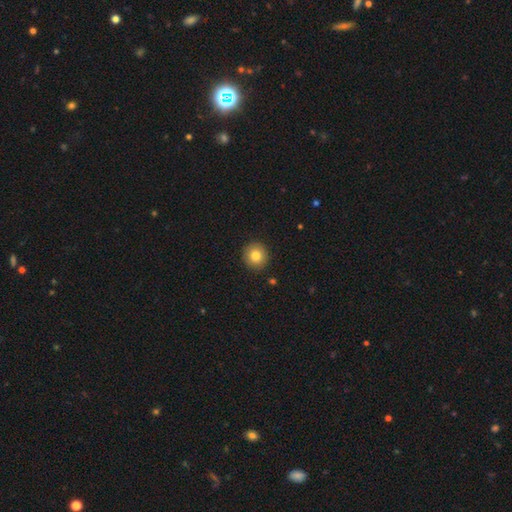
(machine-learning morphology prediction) A smooth galaxy with no disk features (81%) that is round (94%).

Vote fractions:
- Smooth or featured? smooth: 81% / star or artifact: 10% / featured or disk: 9%
- How rounded? round: 94% / in between: 5% / cigar-shaped: 1%
- Merging? none: 91% / minor disturbance: 6% / major disturbance: 2% / merger: 1%